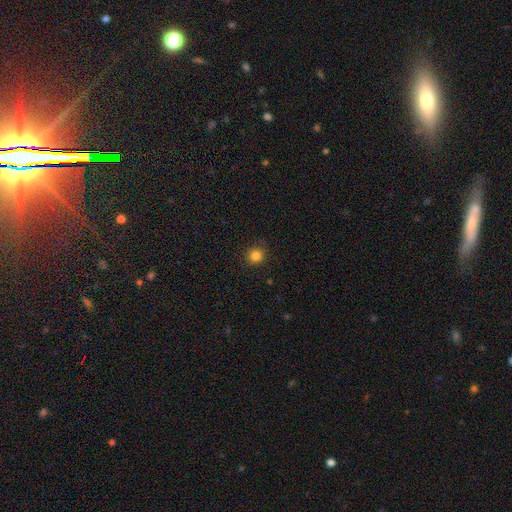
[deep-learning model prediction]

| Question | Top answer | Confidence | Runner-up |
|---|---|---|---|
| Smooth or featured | smooth | 84% | star or artifact (12%) |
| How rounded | round | 92% | in between (7%) |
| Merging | none | 88% | minor disturbance (8%) |